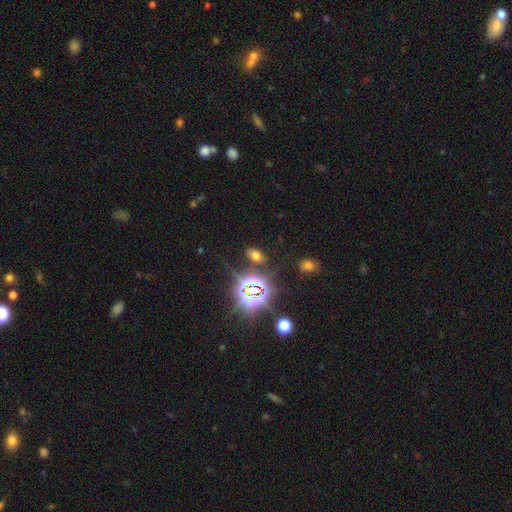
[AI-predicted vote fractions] Smooth or featured?
  - smooth: 51% *
  - star or artifact: 40%
  - featured or disk: 9%
How rounded?
  - in between: 87% *
  - round: 10%
  - cigar-shaped: 3%
Merging?
  - none: 81% *
  - minor disturbance: 11%
  - major disturbance: 5%
  - merger: 4%